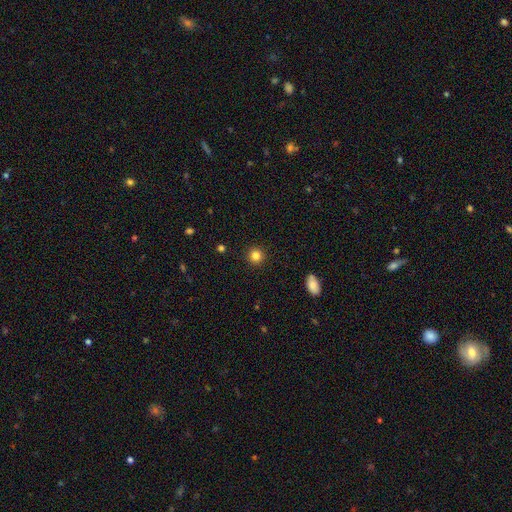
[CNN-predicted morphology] Overall: smooth (83%). How rounded: round (94%). Merging: none (93%).